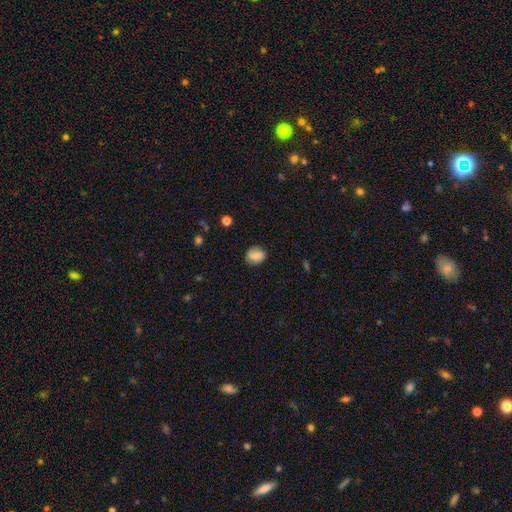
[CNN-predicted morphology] Smooth or featured? smooth (73%)
How rounded? round (61%)
Merging? none (79%)